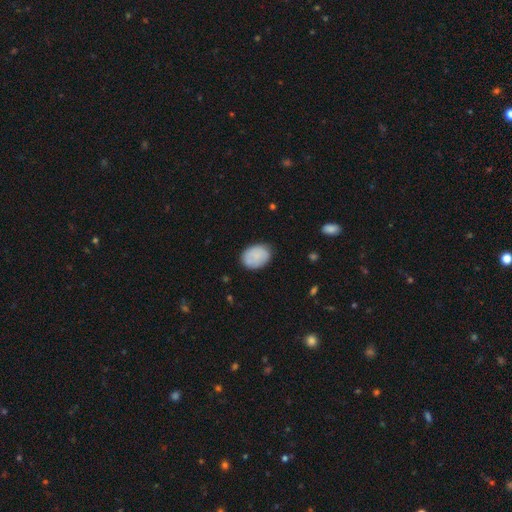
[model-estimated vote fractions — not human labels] This is clearly a smooth galaxy (81%). How rounded: likely in between (74%). Merging: likely none (78%).